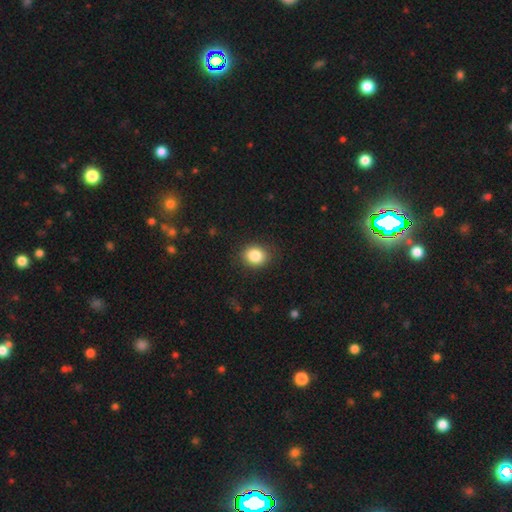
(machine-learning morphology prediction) The model was most divided on "how rounded": round: 61%, in between: 38%, cigar-shaped: 1%. More confident: merging — none (86%); smooth or featured — smooth (85%).